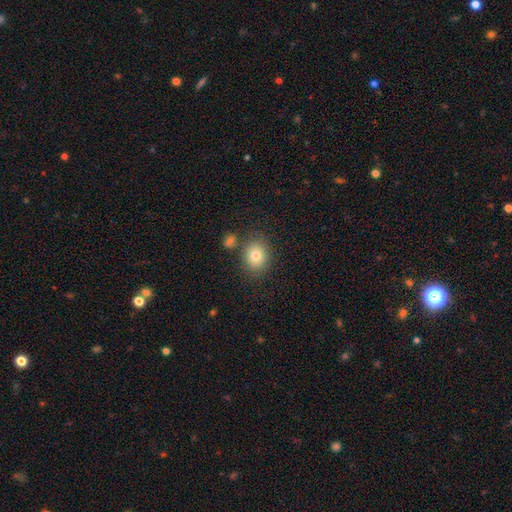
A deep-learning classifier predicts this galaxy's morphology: This is clearly a smooth galaxy (80%). How rounded: possibly round (59%). Merging: likely none (76%).